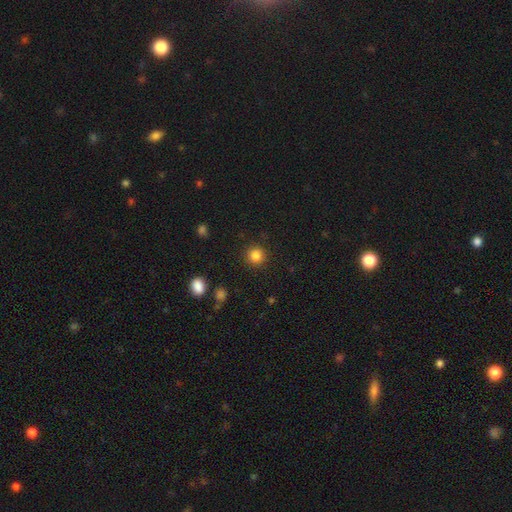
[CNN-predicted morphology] Smooth or featured? Predicted: smooth (p=0.85). How rounded? Predicted: round (p=0.94). Merging? Predicted: none (p=0.91).